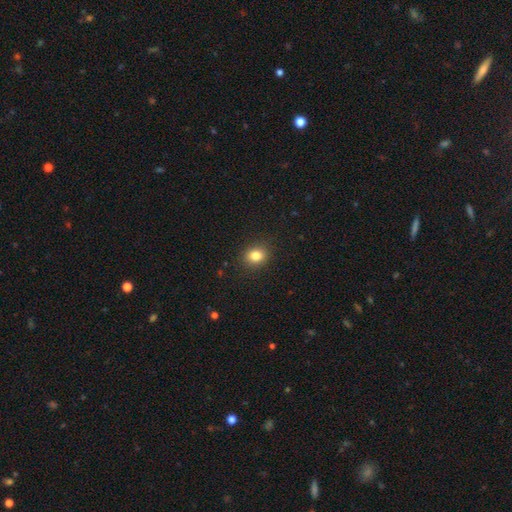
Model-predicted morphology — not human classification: This appears to be a smooth galaxy with no disk features (83%) that is round (62%). Merging: none (88%).